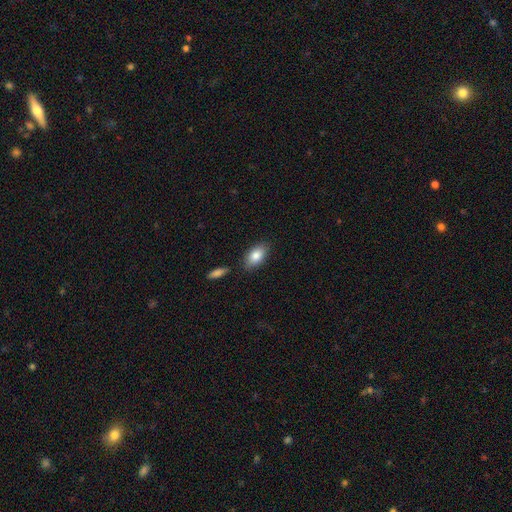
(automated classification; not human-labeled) Overall: smooth (83%). How rounded: in between (91%). Merging: none (80%).